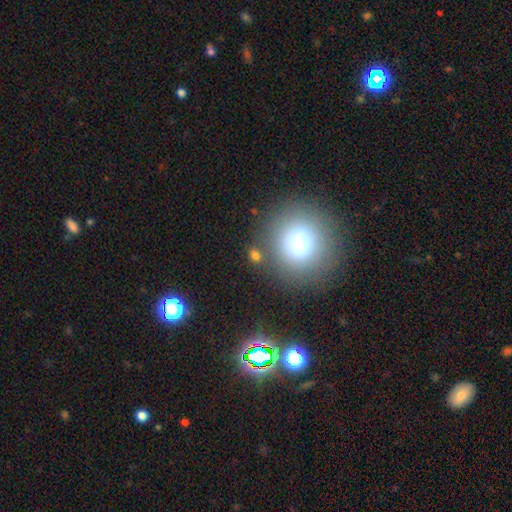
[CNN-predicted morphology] Smooth or featured: smooth — 72% (star or artifact — 19%)
How rounded: round — 71% (in between — 27%)
Merging: none — 72% (merger — 12%)